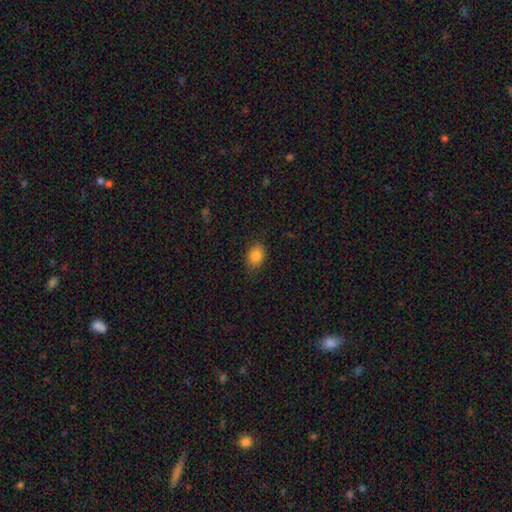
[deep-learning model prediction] Smooth or featured? Predicted: smooth (p=0.84). How rounded? Predicted: in between (p=0.67). Merging? Predicted: none (p=0.78).